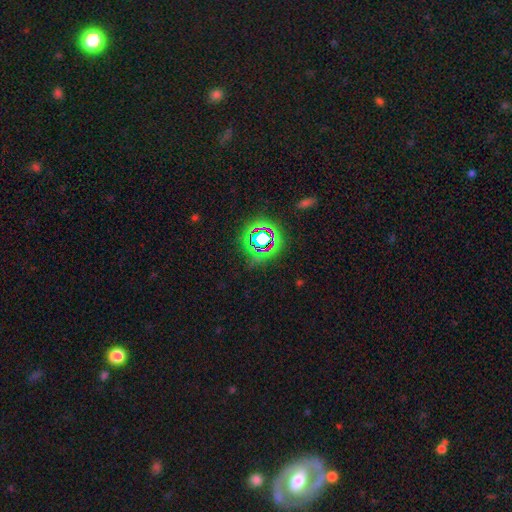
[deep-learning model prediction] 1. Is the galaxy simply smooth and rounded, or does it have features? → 58% star or artifact, 24% smooth, 18% featured or disk.